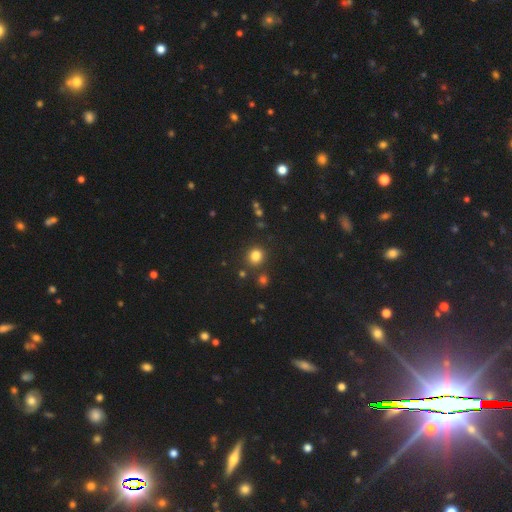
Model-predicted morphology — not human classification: smooth-or-featured: smooth: 82% | star or artifact: 14% | featured or disk: 5%
  how-rounded: round: 77% | in between: 22% | cigar-shaped: 1%
  merging: none: 81% | minor disturbance: 9% | merger: 7% | major disturbance: 3%